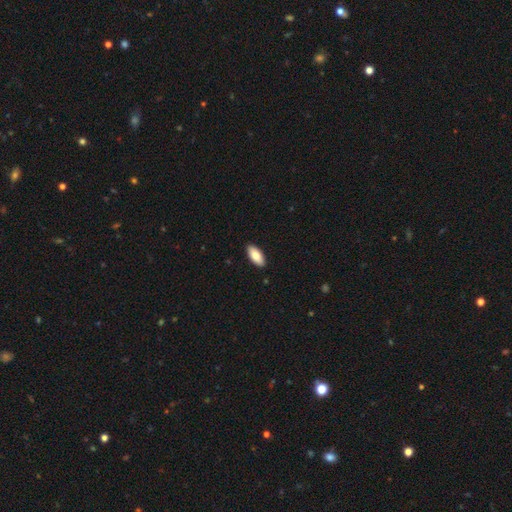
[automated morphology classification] Q: Smooth or featured?
A: smooth (81%); runner-up: featured or disk (13%)
Q: How rounded?
A: in between (89%); runner-up: cigar-shaped (9%)
Q: Merging?
A: none (90%); runner-up: minor disturbance (8%)